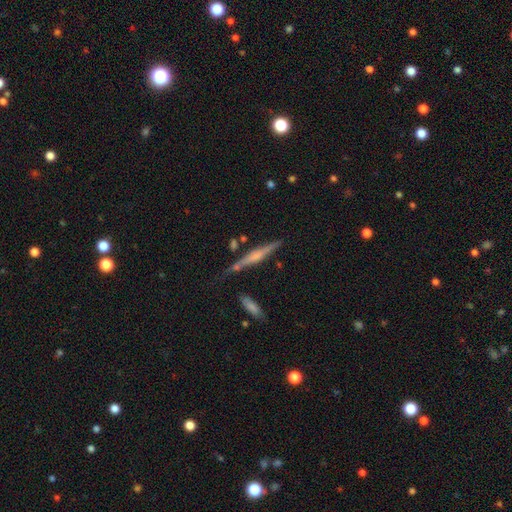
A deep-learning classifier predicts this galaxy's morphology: type=featured or disk (66%); edge-on=yes (97%); edge-on bulge=rounded (59%); merging=none (74%).